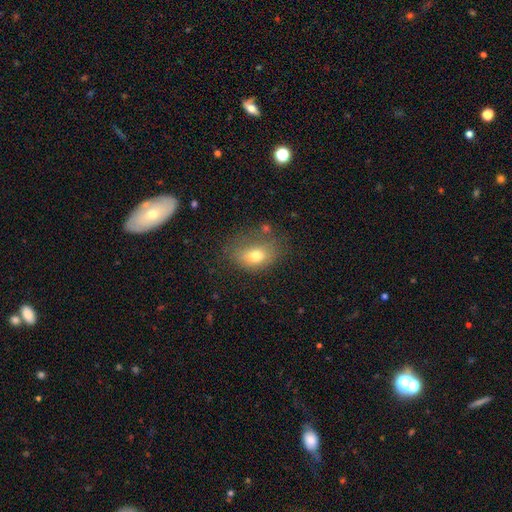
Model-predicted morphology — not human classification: Smooth or featured?
  - smooth: 72% *
  - featured or disk: 17%
  - star or artifact: 12%
How rounded?
  - in between: 73% *
  - round: 25%
  - cigar-shaped: 2%
Merging?
  - none: 52% *
  - minor disturbance: 29%
  - major disturbance: 15%
  - merger: 5%